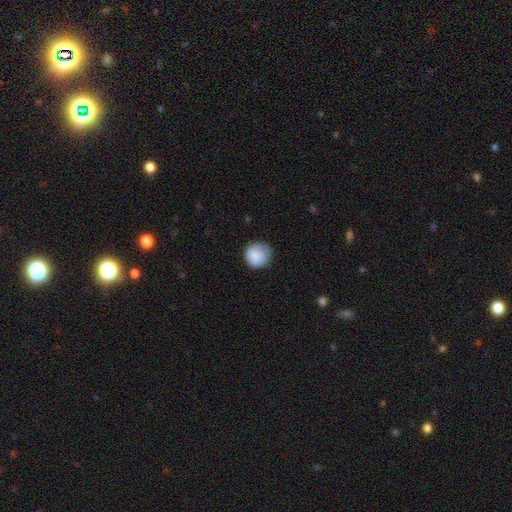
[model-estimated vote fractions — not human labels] The model was most divided on "merging": none: 74%, minor disturbance: 20%, major disturbance: 4%, merger: 1%. More confident: how rounded — round (90%); smooth or featured — smooth (87%).